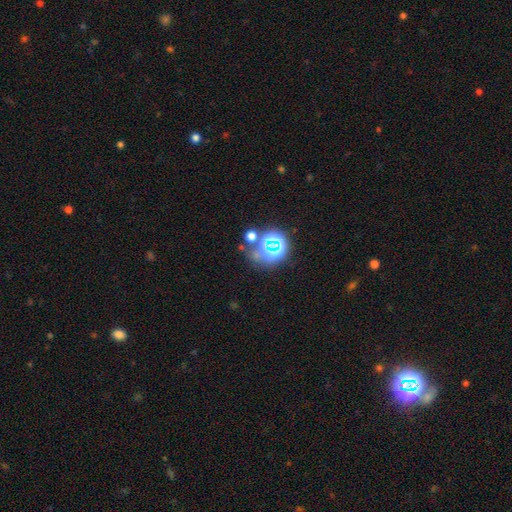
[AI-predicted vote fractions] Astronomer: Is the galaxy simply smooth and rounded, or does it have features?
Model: star or artifact — 69%.